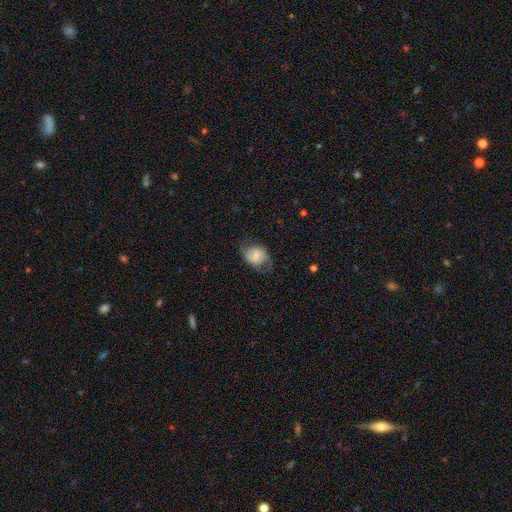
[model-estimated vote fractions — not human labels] Overall: smooth (47%; featured or disk 45%). Merging: none (54%; minor disturbance 26%).